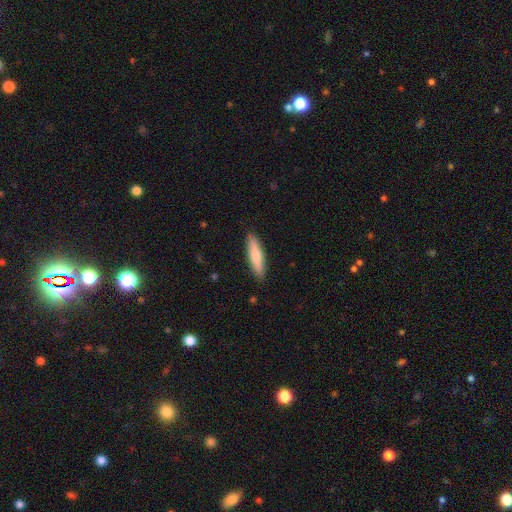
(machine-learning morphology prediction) smooth 73%, featured or disk 21%, star or artifact 5%. Down the decision tree: how rounded — cigar-shaped (77%); merging — none (88%).